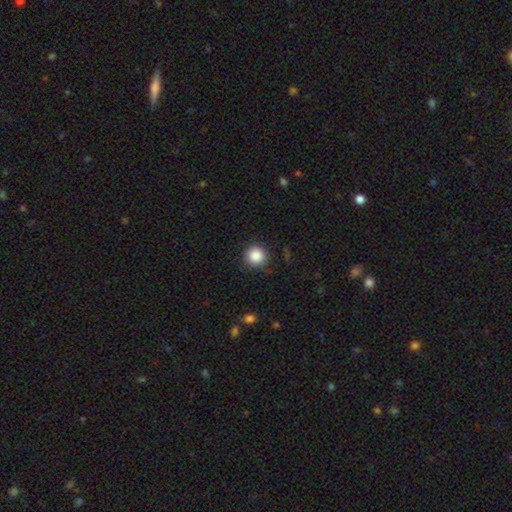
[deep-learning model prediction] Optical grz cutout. It shows a smooth galaxy with no disk features (87%) that is round (95%). Merging: none (89%).